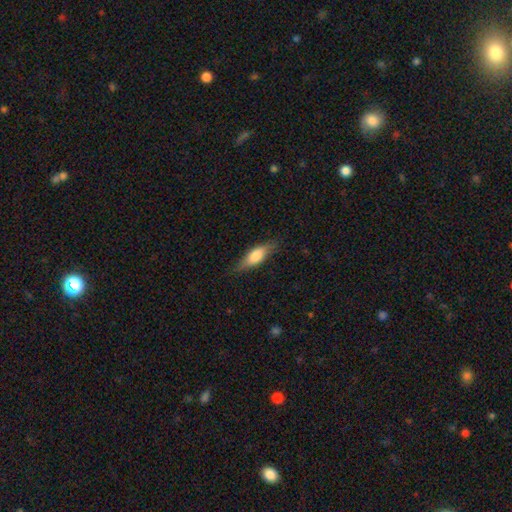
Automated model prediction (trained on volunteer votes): smooth-or-featured: smooth: 66% | featured or disk: 28% | star or artifact: 6%
  how-rounded: in between: 54% | cigar-shaped: 43% | round: 3%
  merging: none: 79% | minor disturbance: 17% | major disturbance: 4% | merger: 1%